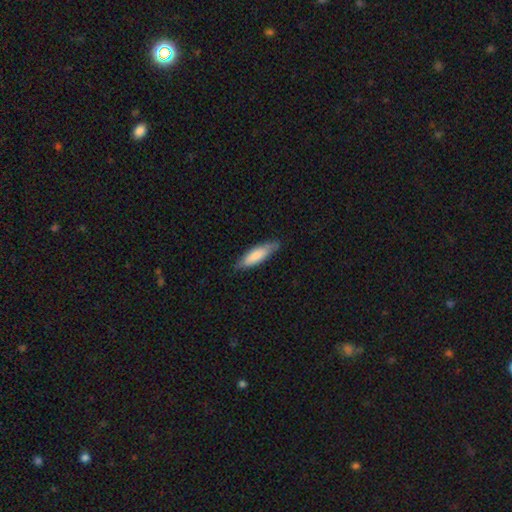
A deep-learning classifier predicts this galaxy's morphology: Smooth or featured? Predicted: smooth (p=0.79). How rounded? Predicted: cigar-shaped (p=0.59). Merging? Predicted: none (p=0.77).